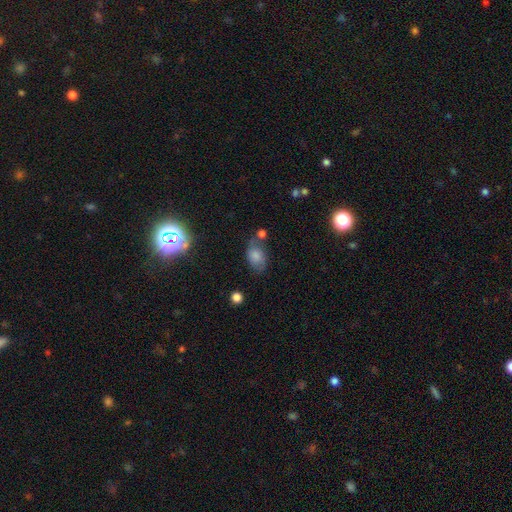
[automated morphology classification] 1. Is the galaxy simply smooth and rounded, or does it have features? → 73% smooth, 16% featured or disk, 12% star or artifact.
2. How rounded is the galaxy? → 83% in between, 16% round, 2% cigar-shaped.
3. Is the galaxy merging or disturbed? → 48% none, 26% minor disturbance, 14% merger, 11% major disturbance.